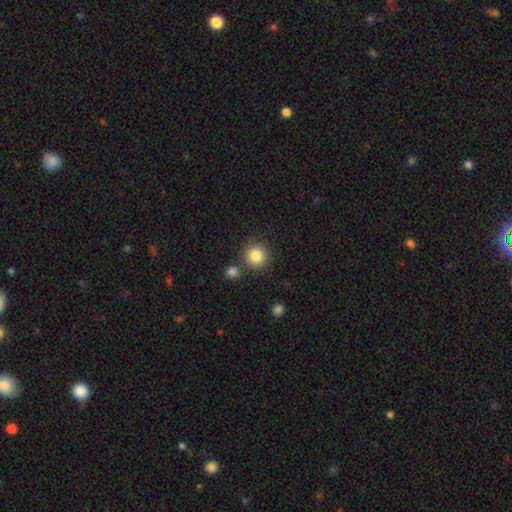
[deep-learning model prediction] Smooth or featured: smooth — 85% (star or artifact — 10%)
How rounded: round — 93% (in between — 6%)
Merging: none — 80% (merger — 9%)